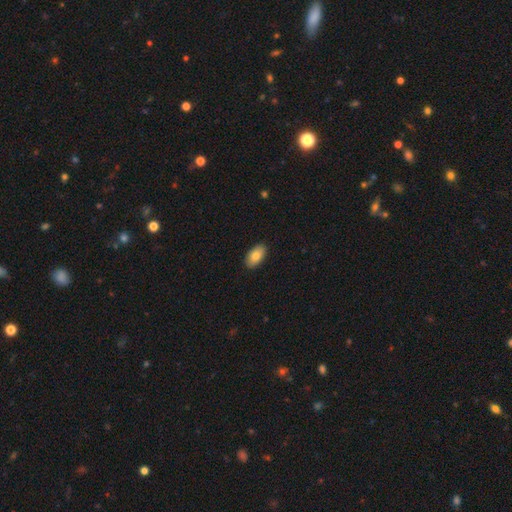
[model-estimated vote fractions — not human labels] Smooth or featured: smooth — 82% (featured or disk — 12%)
How rounded: in between — 94% (round — 4%)
Merging: none — 89% (minor disturbance — 8%)